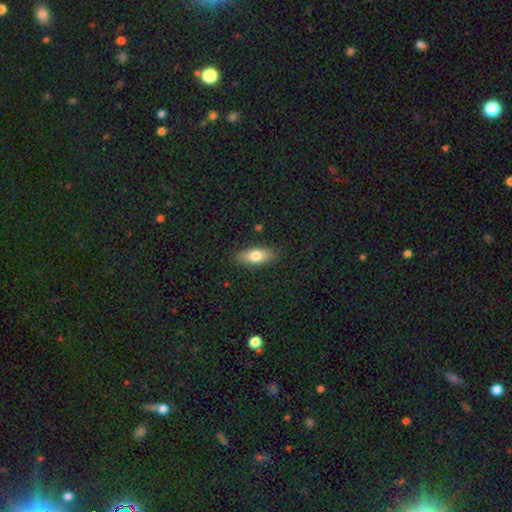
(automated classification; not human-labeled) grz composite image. It shows a smooth galaxy with no disk features (73%) that is in between round and cigar-shaped (74%). Merging: none (86%).